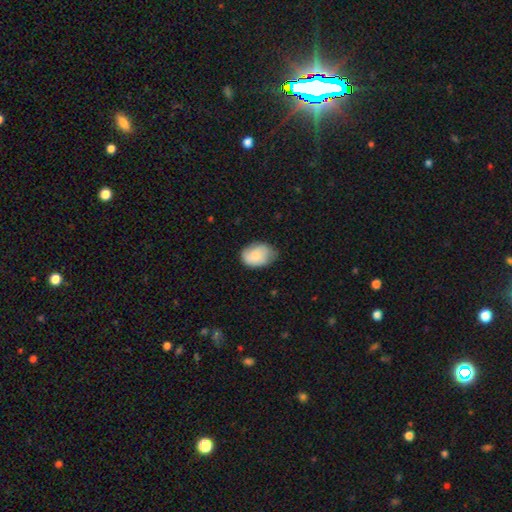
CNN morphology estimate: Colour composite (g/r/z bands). It shows a smooth galaxy with no disk features (76%) that is in between round and cigar-shaped (76%). Merging: none (60%).